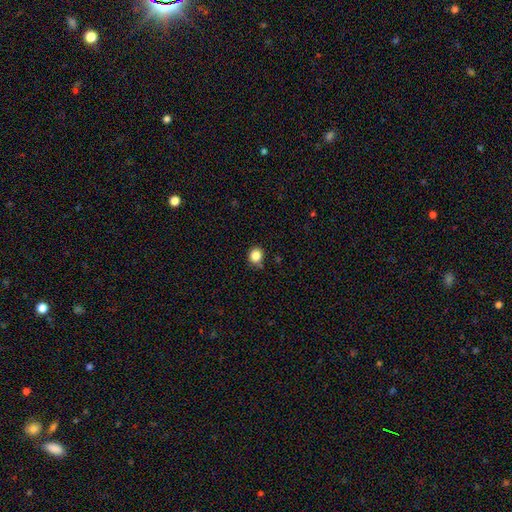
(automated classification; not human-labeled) Smooth or featured?
  - smooth: 85% *
  - star or artifact: 11%
  - featured or disk: 4%
How rounded?
  - round: 86% *
  - in between: 13%
  - cigar-shaped: 1%
Merging?
  - none: 79% *
  - minor disturbance: 15%
  - major disturbance: 3%
  - merger: 3%